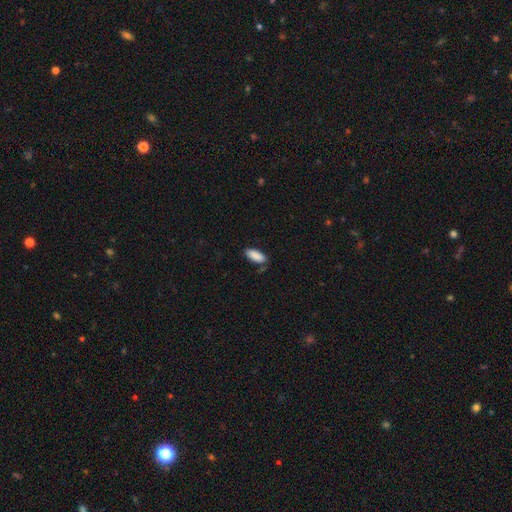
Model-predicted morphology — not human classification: A smooth galaxy with no disk features (89%) that is in between round and cigar-shaped (82%). Merging: none (77%).